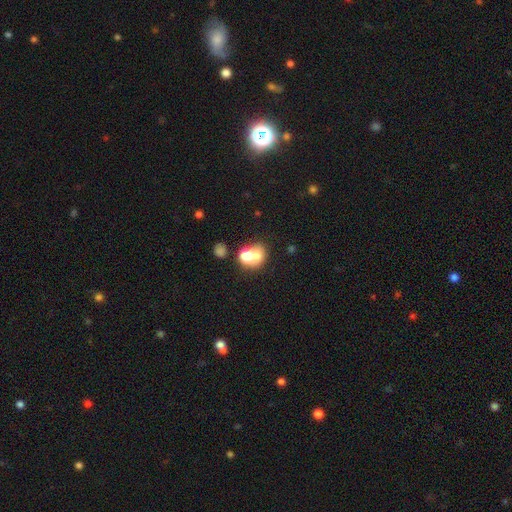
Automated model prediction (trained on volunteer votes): This appears to be a smooth galaxy with no disk features (65%) that is round (62%). Merging: merger (52%).